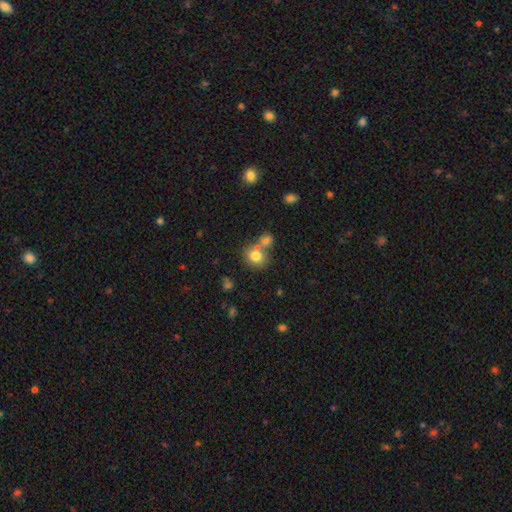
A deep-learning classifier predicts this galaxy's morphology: smooth_or_featured: smooth (p=0.77) [alt: star or artifact p=0.12]
how_rounded: round (p=0.74) [alt: in between p=0.25]
merging: none (p=0.50) [alt: merger p=0.38]